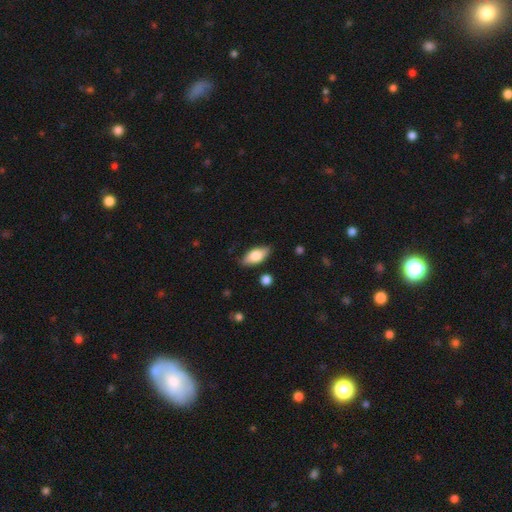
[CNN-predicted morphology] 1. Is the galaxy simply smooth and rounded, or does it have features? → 76% smooth, 18% featured or disk, 6% star or artifact.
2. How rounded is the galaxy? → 87% in between, 10% cigar-shaped, 3% round.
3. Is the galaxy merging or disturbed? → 82% none, 13% minor disturbance, 3% major disturbance, 2% merger.